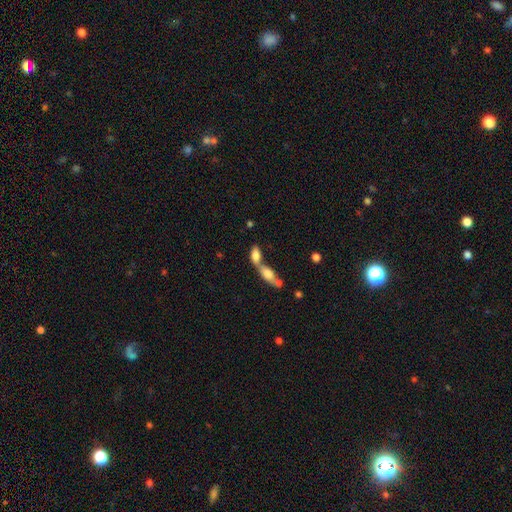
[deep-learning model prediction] This is likely a smooth galaxy (71%). How rounded: likely in between (77%). Merging: likely merger (67%).